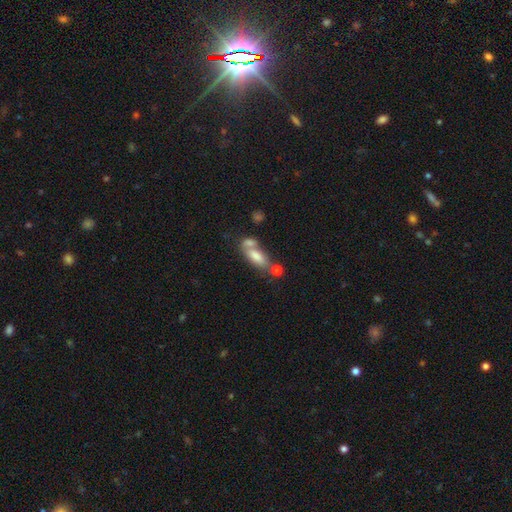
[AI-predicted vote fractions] This appears to be a smooth galaxy with no disk features (70%) that is in between round and cigar-shaped (70%). Merging: merger (41%).